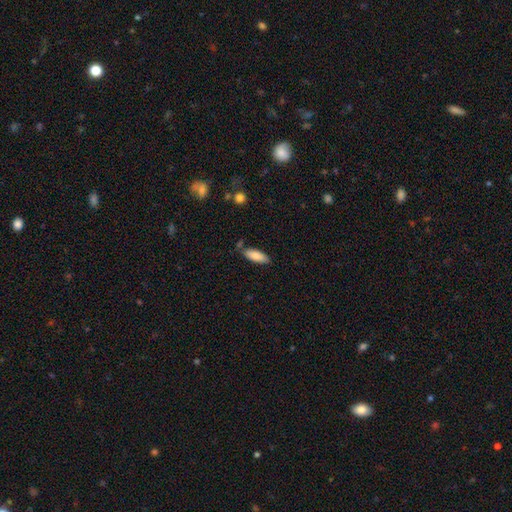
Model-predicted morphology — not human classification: smooth_or_featured: smooth (p=0.83) [alt: featured or disk p=0.10]
how_rounded: in between (p=0.68) [alt: cigar-shaped p=0.30]
merging: none (p=0.74) [alt: minor disturbance p=0.17]